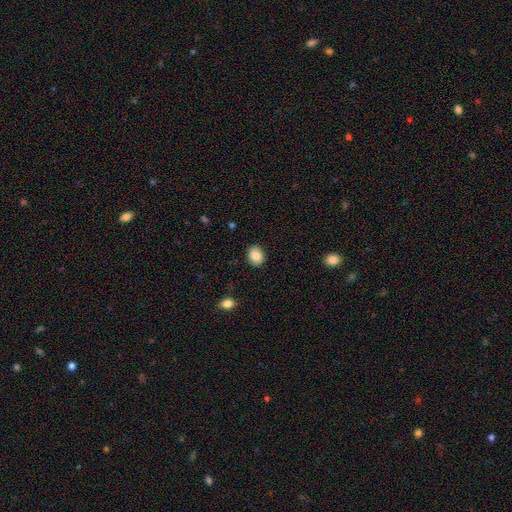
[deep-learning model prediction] Morphology: type=smooth (86%); roundness=in between (52%); merging=none (88%).